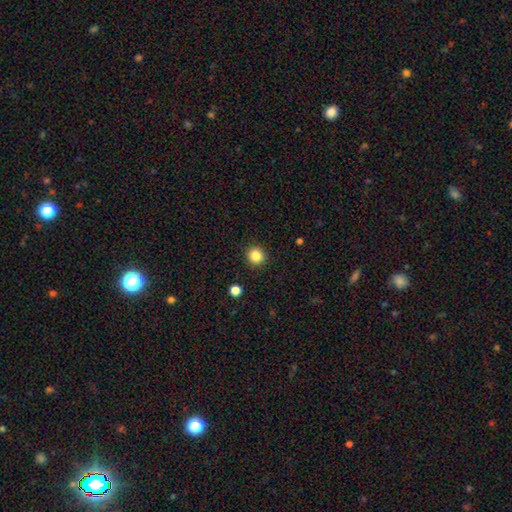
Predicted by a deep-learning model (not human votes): Morphology: type=smooth (85%); roundness=round (93%); merging=none (92%).